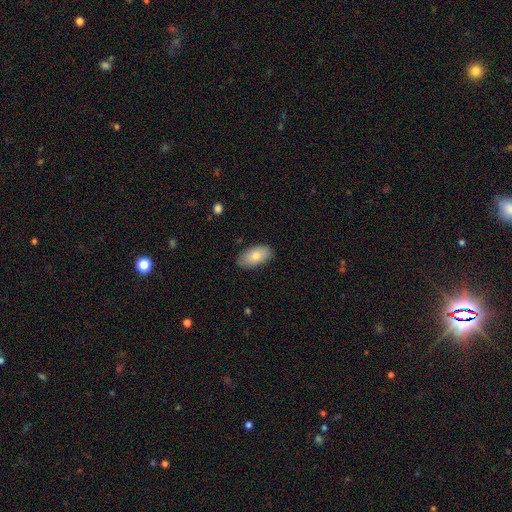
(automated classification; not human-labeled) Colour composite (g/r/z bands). It shows a smooth galaxy with no disk features (79%) that is in between round and cigar-shaped (94%). Merging: none (83%).